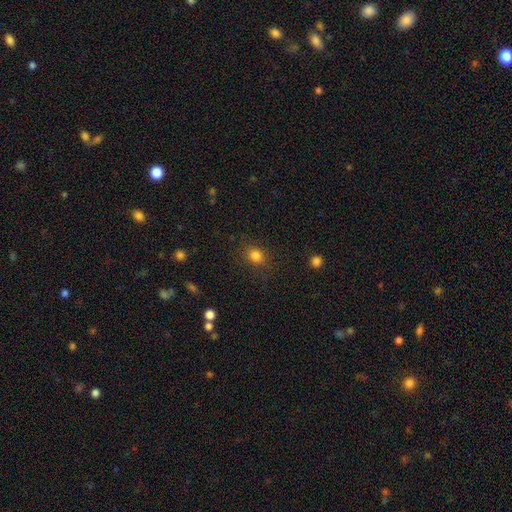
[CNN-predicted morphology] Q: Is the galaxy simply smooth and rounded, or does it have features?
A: smooth — 83%.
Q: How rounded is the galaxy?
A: round — 72%.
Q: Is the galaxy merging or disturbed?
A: none — 85%.